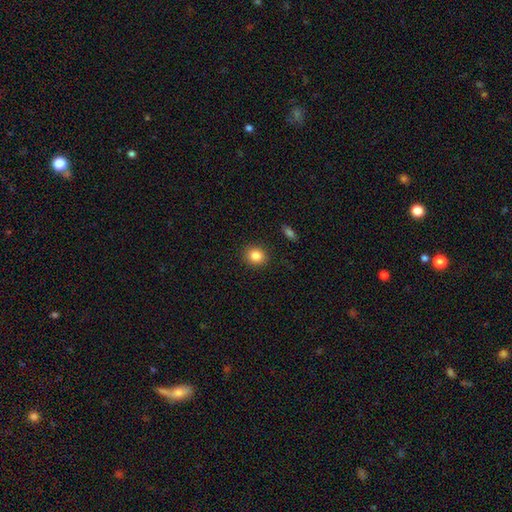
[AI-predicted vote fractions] Q: Smooth or featured?
A: smooth (85%); runner-up: star or artifact (10%)
Q: How rounded?
A: round (76%); runner-up: in between (23%)
Q: Merging?
A: none (89%); runner-up: minor disturbance (7%)